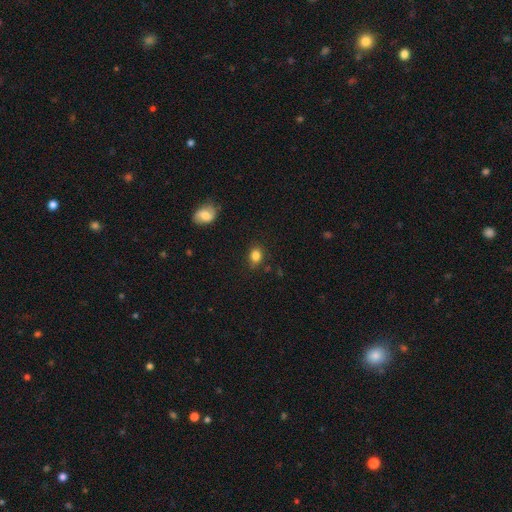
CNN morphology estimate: The model was most divided on "how rounded": in between: 55%, round: 43%, cigar-shaped: 1%. More confident: smooth or featured — smooth (84%); merging — none (80%).